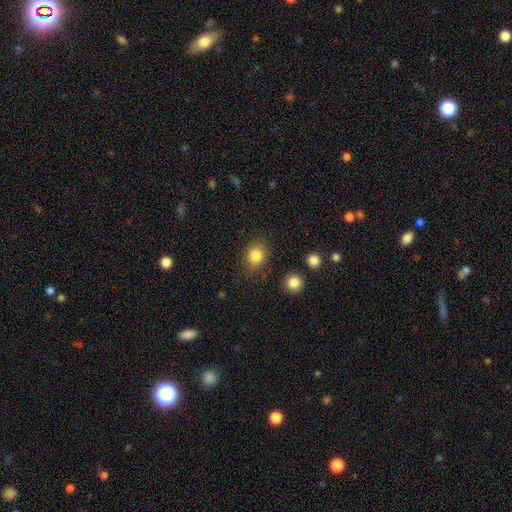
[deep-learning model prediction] Morphology: type=smooth (84%); roundness=round (53%); merging=none (80%).